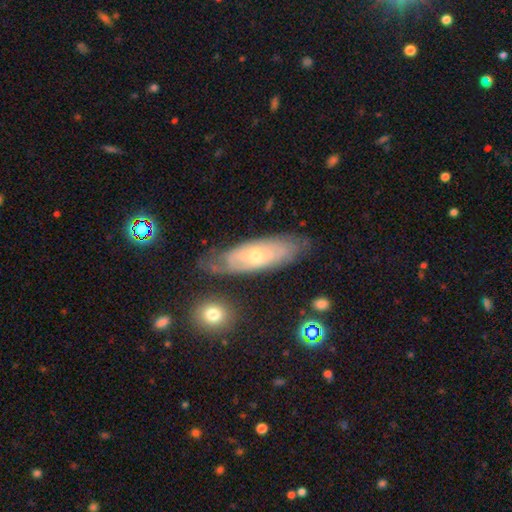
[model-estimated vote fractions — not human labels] Smooth or featured: featured or disk — 69% (smooth — 24%)
Edge-on disk: no — 81% (yes — 19%)
Bar: no — 77% (weak — 19%)
Spiral arms: yes — 76% (no — 24%)
Bulge size: moderate — 50% (small — 46%)
Merging: none — 62% (minor disturbance — 26%)